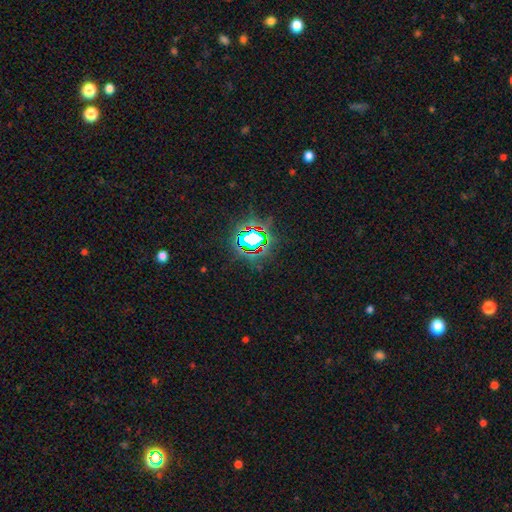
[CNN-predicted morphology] Smooth or featured: star or artifact — 81% (smooth — 12%)